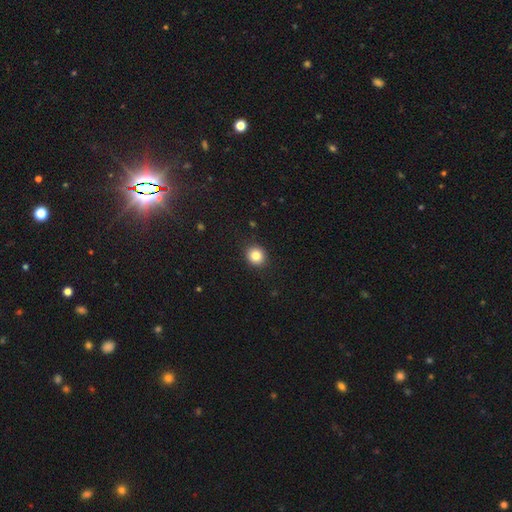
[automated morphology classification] type=smooth (84%); roundness=round (83%); merging=none (91%).